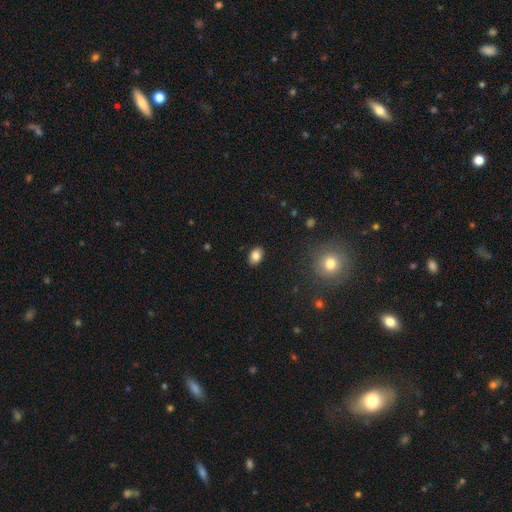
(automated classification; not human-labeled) A smooth galaxy with no disk features (84%) that is in between round and cigar-shaped (77%). Merging: none (88%).